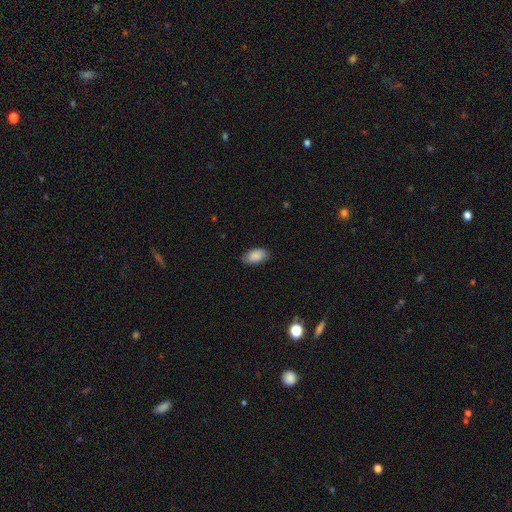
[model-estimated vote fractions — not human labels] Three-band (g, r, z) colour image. It shows a smooth galaxy with no disk features (89%) that is in between round and cigar-shaped (94%). Merging: none (83%).